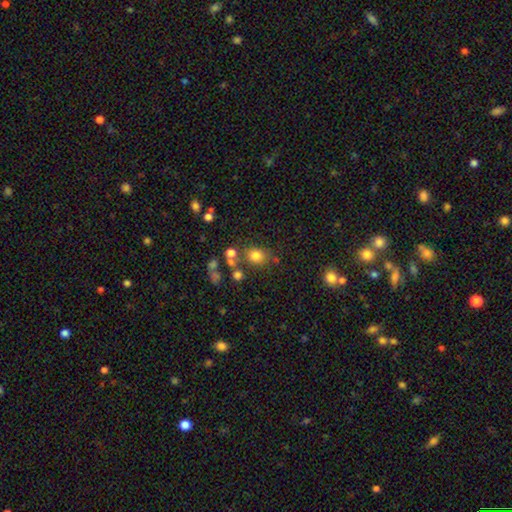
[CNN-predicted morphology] smooth_or_featured: smooth (p=0.76) [alt: star or artifact p=0.15]
how_rounded: round (p=0.69) [alt: in between p=0.30]
merging: none (p=0.67) [alt: merger p=0.13]